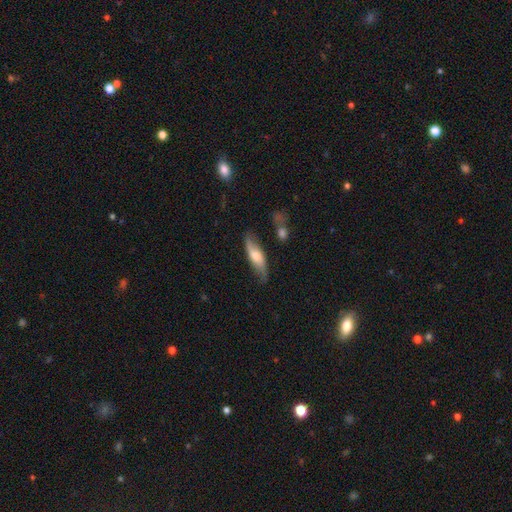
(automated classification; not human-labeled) Smooth or featured? Predicted: featured or disk (p=0.48). Merging? Predicted: none (p=0.70).